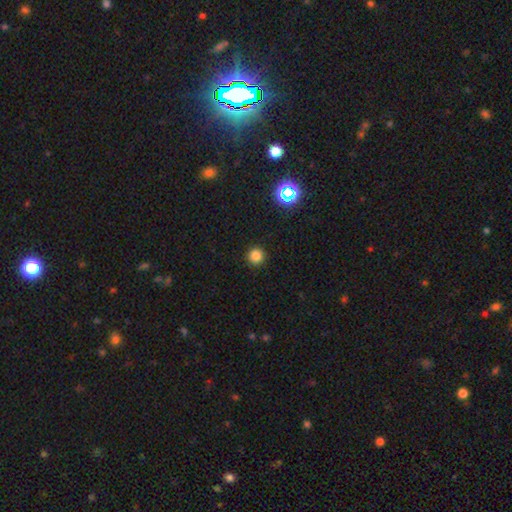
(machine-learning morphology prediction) type=smooth (81%); roundness=round (96%); merging=none (92%).